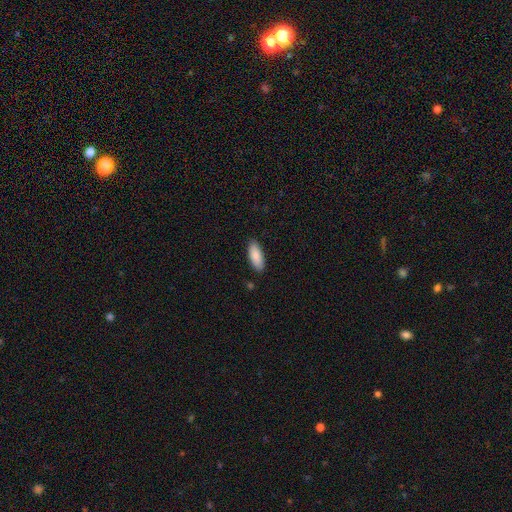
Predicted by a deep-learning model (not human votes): The model was most divided on "how rounded": in between: 80%, cigar-shaped: 18%, round: 2%. More confident: smooth or featured — smooth (88%); merging — none (87%).